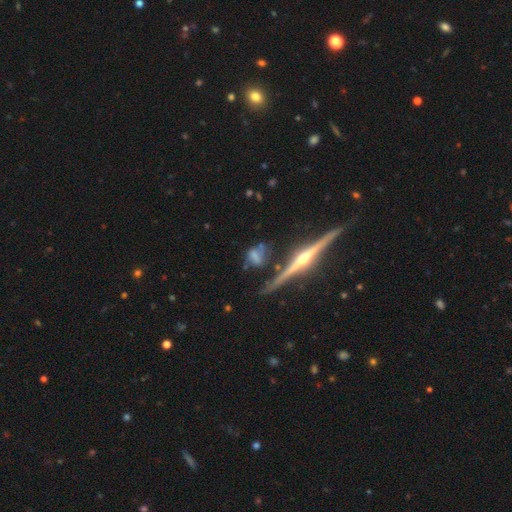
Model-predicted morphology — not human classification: This is possibly a featured or disk galaxy (55%). It is likely viewed edge-on (67%). Merging: possibly none (51%).